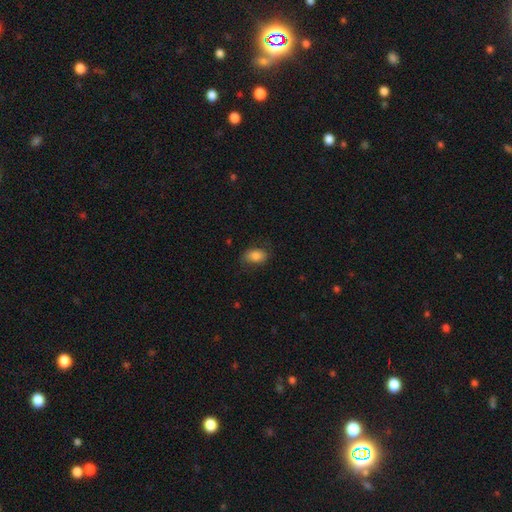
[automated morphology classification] Overall: smooth (80%). How rounded: in between (87%). Merging: none (74%).